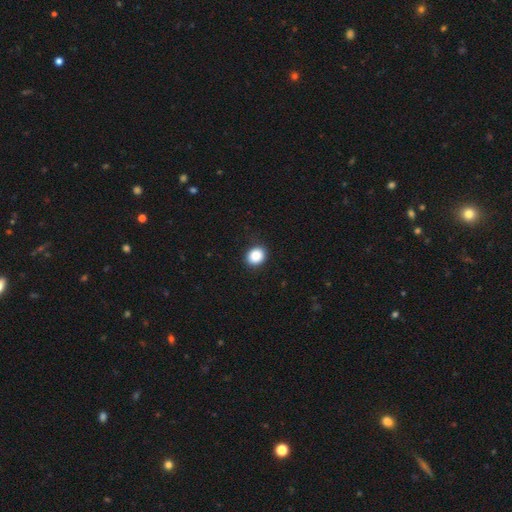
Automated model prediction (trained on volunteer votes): Overall: smooth (88%). How rounded: round (67%; in between 32%). Merging: none (89%).